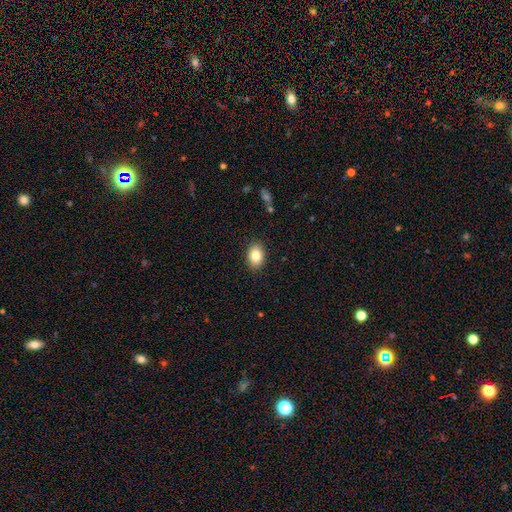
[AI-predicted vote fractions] Q: Smooth or featured?
A: smooth (83%); runner-up: featured or disk (9%)
Q: How rounded?
A: in between (78%); runner-up: round (21%)
Q: Merging?
A: none (88%); runner-up: minor disturbance (9%)